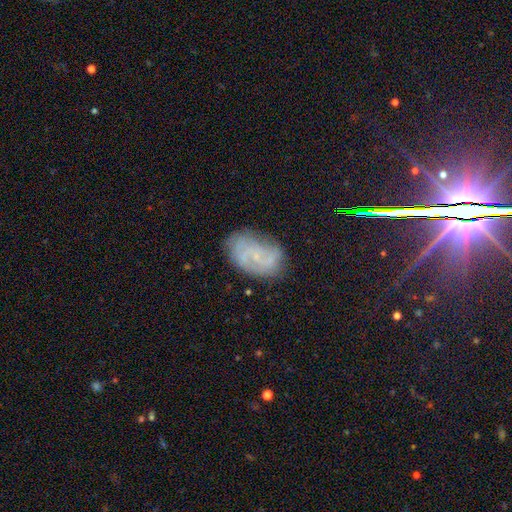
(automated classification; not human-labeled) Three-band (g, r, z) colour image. It shows a featured or disk galaxy (63%) with no bar (63%), tight (41%) spiral arms (84%) and a small central bulge (72%). Merging: none (69%).